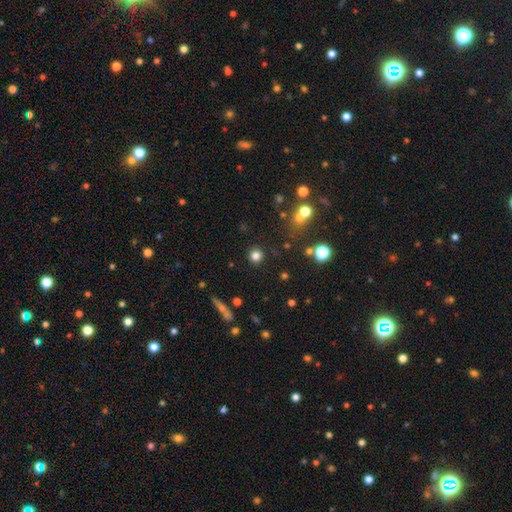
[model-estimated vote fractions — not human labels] Smooth or featured? Predicted: smooth (p=0.79). How rounded? Predicted: round (p=0.93). Merging? Predicted: none (p=0.90).